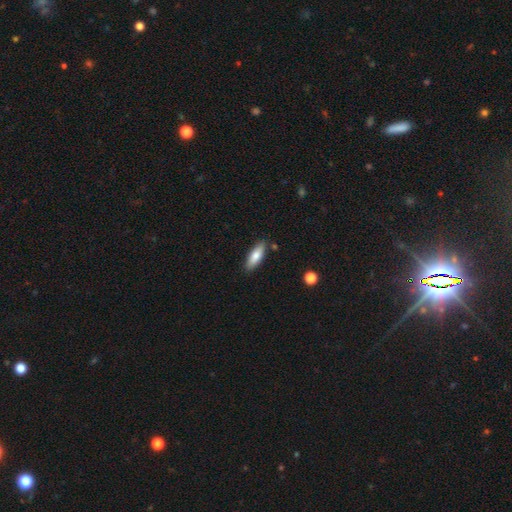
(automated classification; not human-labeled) This appears to be a smooth galaxy with no disk features (76%) that is in between round and cigar-shaped (56%). Merging: none (84%).